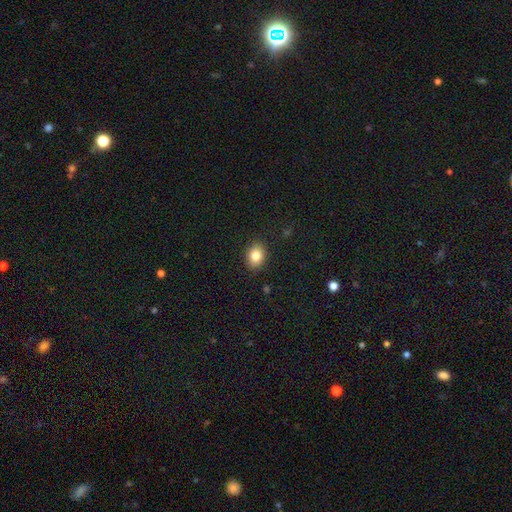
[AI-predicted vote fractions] smooth-or-featured: smooth: 83% | star or artifact: 9% | featured or disk: 8%
  how-rounded: in between: 63% | round: 36% | cigar-shaped: 1%
  merging: none: 89% | minor disturbance: 8% | major disturbance: 2% | merger: 1%